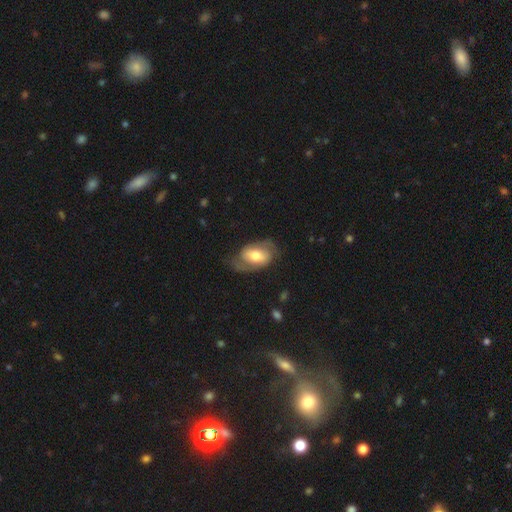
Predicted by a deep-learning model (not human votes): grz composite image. It shows a featured or disk galaxy (58%) with a weak bar (39%), spiral arms (81%) and a moderate central bulge (63%). Merging: none (57%).